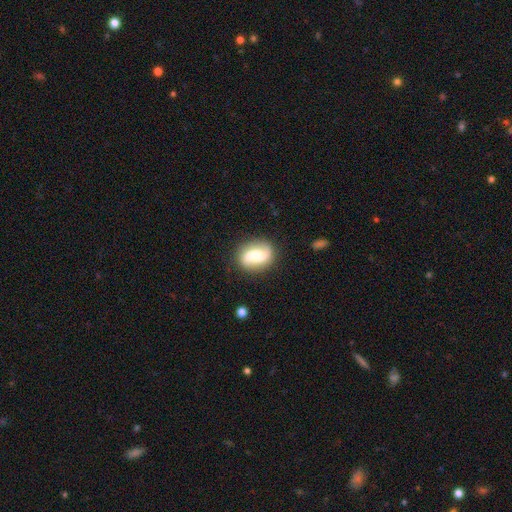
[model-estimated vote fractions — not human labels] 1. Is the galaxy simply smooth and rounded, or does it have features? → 66% featured or disk, 27% smooth, 7% star or artifact.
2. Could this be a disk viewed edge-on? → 97% no, 3% yes.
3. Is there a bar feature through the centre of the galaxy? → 42% no, 39% weak, 19% strong.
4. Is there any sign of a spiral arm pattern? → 93% yes, 7% no.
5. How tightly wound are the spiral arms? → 59% loose, 30% medium, 11% tight.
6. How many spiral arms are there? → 91% 2, 3% can't tell, 2% 1, 1% 3, 1% 4, 1% more than 4.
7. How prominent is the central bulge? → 45% moderate, 23% small, 20% large, 6% dominant, 6% none.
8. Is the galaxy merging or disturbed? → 83% none, 12% minor disturbance, 4% major disturbance, 1% merger.